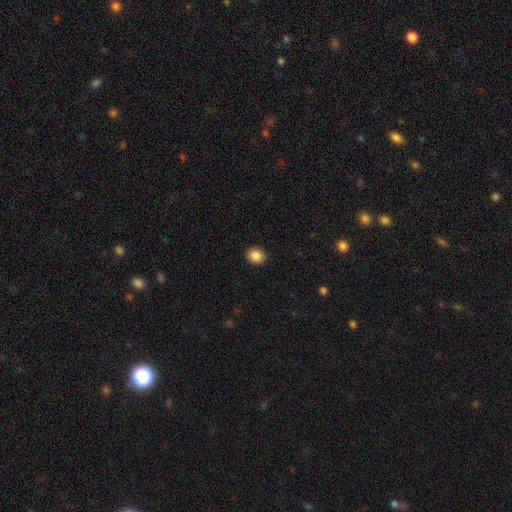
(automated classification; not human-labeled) smooth 87%, star or artifact 9%, featured or disk 4%. Down the decision tree: how rounded — round (70%); merging — none (91%).